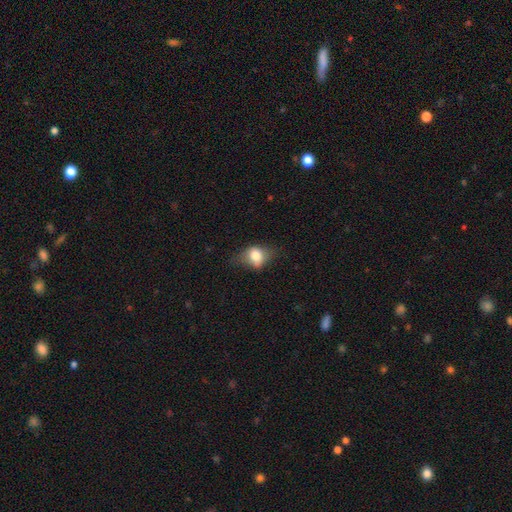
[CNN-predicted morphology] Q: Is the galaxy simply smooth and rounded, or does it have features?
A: smooth — 68%.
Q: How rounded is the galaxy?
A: in between — 63%.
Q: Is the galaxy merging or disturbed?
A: none — 54%.